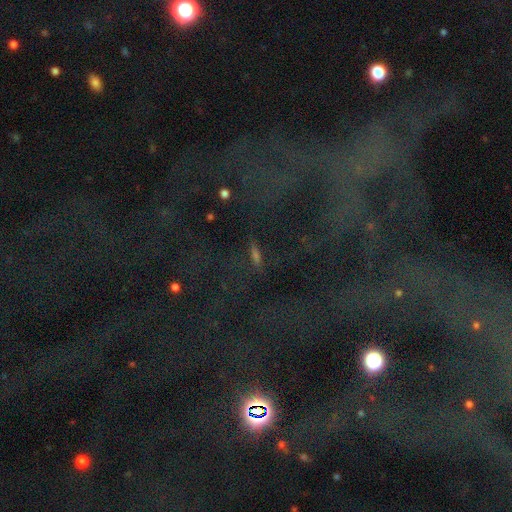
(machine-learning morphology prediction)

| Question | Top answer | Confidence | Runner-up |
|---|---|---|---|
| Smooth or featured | star or artifact | 39% | smooth (37%) |